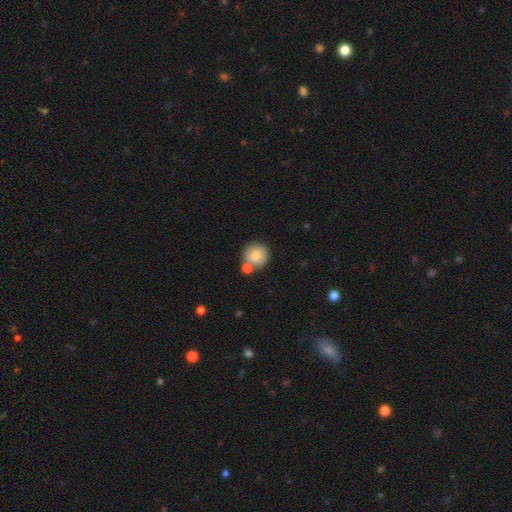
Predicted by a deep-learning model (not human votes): Q: Smooth or featured?
A: smooth (81%); runner-up: featured or disk (11%)
Q: How rounded?
A: round (92%); runner-up: in between (7%)
Q: Merging?
A: none (66%); runner-up: merger (22%)